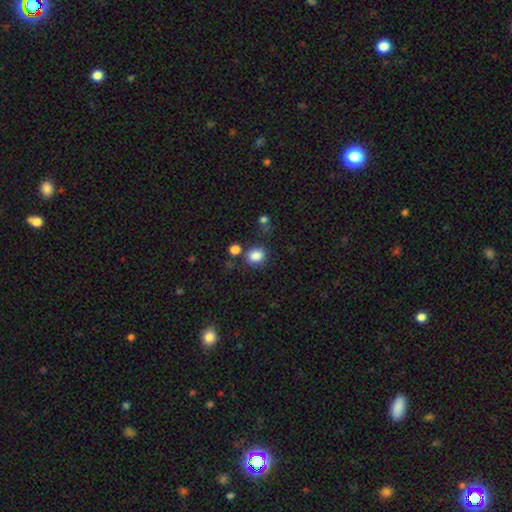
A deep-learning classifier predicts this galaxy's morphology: Smooth or featured: smooth — 85% (star or artifact — 11%)
How rounded: round — 69% (in between — 30%)
Merging: none — 75% (minor disturbance — 12%)